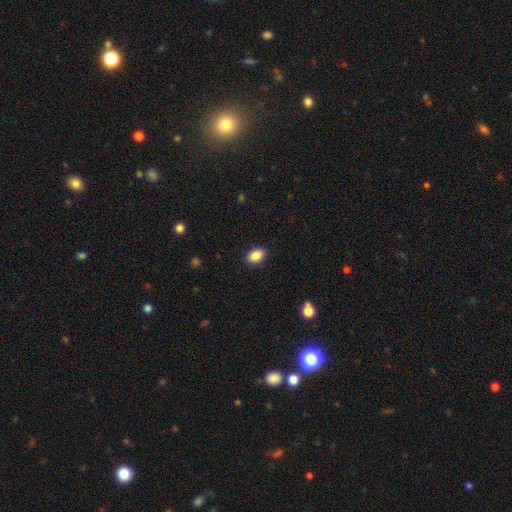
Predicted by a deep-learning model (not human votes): Smooth or featured: smooth — 88% (star or artifact — 8%)
How rounded: in between — 80% (round — 19%)
Merging: none — 90% (minor disturbance — 7%)